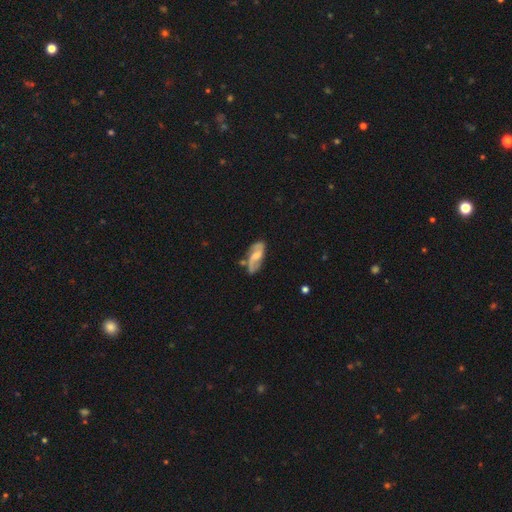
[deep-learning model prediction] featured or disk 72%, smooth 22%, star or artifact 6%. Down the decision tree: edge-on disk — no (93%); bar — weak (46%); spiral arms — yes (92%); spiral arm count — 2 (87%); spiral winding — loose (45%); bulge size — moderate (41%); merging — none (65%).